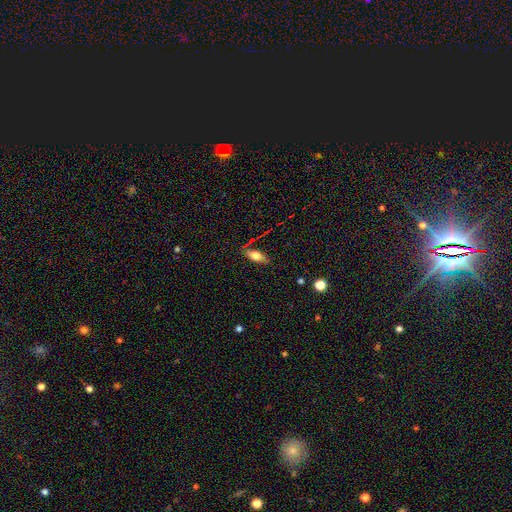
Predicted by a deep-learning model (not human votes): A smooth galaxy with no disk features (59%) that is in between round and cigar-shaped (70%).

Vote fractions:
- Smooth or featured? smooth: 59% / featured or disk: 33% / star or artifact: 8%
- How rounded? in between: 70% / cigar-shaped: 26% / round: 4%
- Merging? none: 75% / minor disturbance: 17% / major disturbance: 4% / merger: 4%